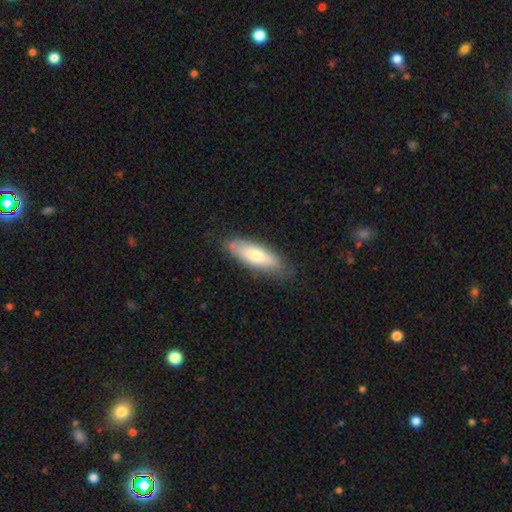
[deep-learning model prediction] Smooth or featured: smooth — 67% (featured or disk — 27%)
How rounded: in between — 53% (cigar-shaped — 45%)
Merging: none — 81% (minor disturbance — 15%)